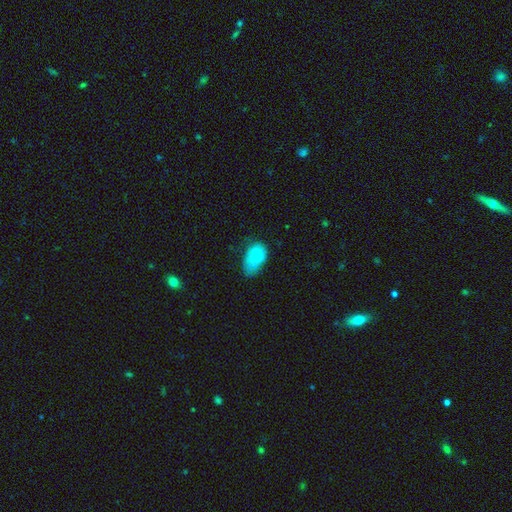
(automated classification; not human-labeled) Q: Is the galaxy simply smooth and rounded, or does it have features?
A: smooth — 78%.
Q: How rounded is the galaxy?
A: in between — 90%.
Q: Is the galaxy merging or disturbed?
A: minor disturbance — 44%.